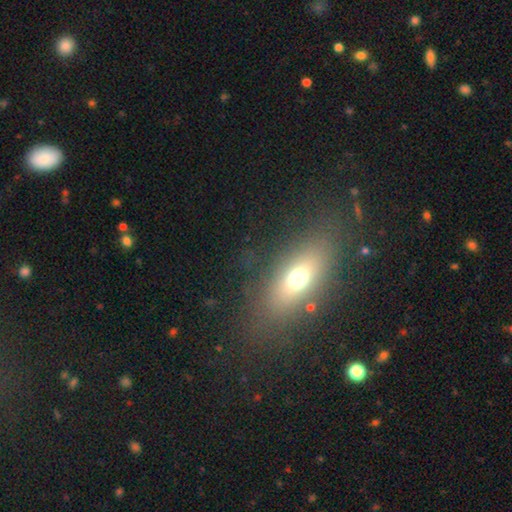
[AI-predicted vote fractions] Smooth or featured? smooth (60%)
How rounded? in between (70%)
Merging? none (81%)